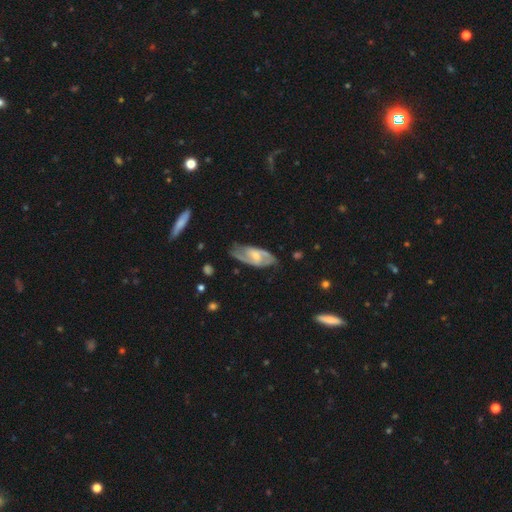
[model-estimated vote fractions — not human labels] smooth_or_featured: featured or disk (p=0.77) [alt: smooth p=0.18]
disk_edge_on: no (p=0.92) [alt: yes p=0.08]
bar: weak (p=0.49) [alt: no p=0.34]
has_spiral_arms: yes (p=0.91) [alt: no p=0.09]
spiral_winding: medium (p=0.50) [alt: tight p=0.26]
spiral_arm_count: 2 (p=0.81) [alt: can't tell p=0.11]
bulge_size: small (p=0.48) [alt: moderate p=0.44]
merging: none (p=0.72) [alt: minor disturbance p=0.20]